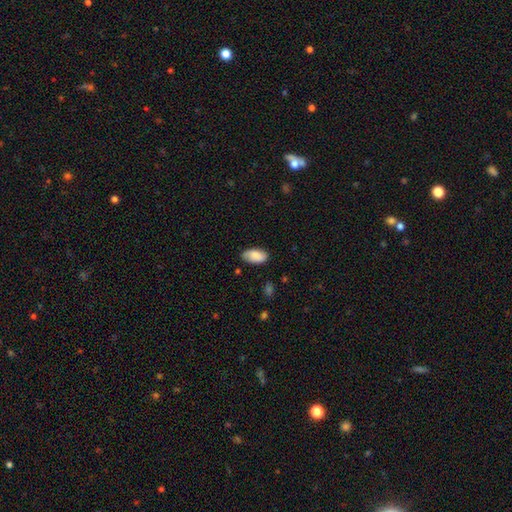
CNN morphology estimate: Smooth or featured? smooth (80%)
How rounded? in between (95%)
Merging? none (79%)